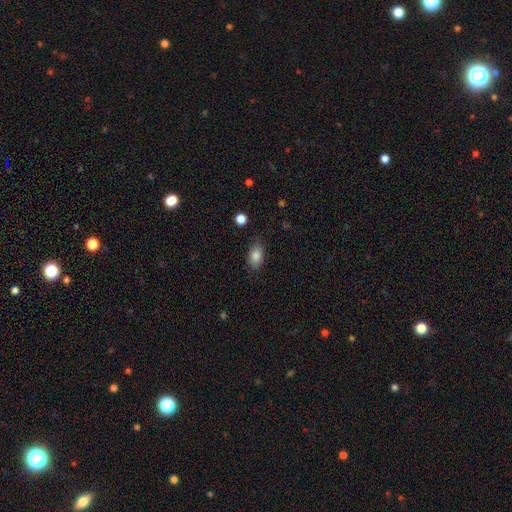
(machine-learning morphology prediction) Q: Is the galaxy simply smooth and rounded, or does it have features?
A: smooth — 85%.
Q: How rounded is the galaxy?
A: in between — 87%.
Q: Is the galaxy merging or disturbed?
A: none — 82%.